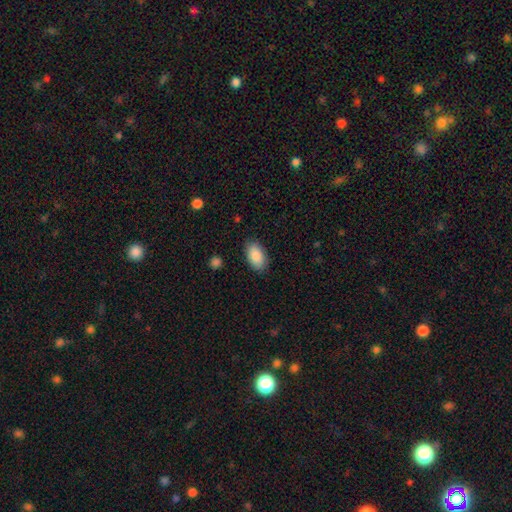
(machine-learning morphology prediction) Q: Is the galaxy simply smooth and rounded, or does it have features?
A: smooth — 88%.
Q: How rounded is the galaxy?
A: in between — 94%.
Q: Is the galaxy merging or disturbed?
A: none — 85%.